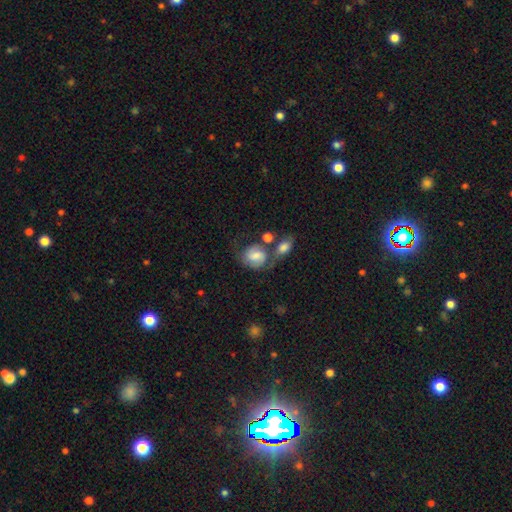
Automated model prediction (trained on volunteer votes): smooth_or_featured: smooth (p=0.51) [alt: featured or disk p=0.41]
how_rounded: round (p=0.58) [alt: in between p=0.41]
merging: none (p=0.43) [alt: merger p=0.26]